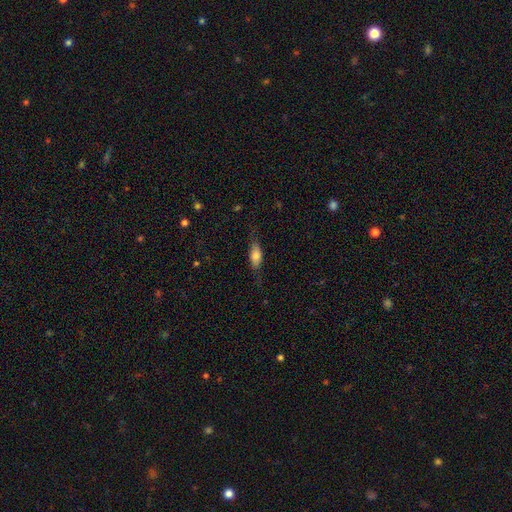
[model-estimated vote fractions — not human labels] smooth 67%, featured or disk 26%, star or artifact 7%. Down the decision tree: how rounded — in between (70%); merging — none (69%).